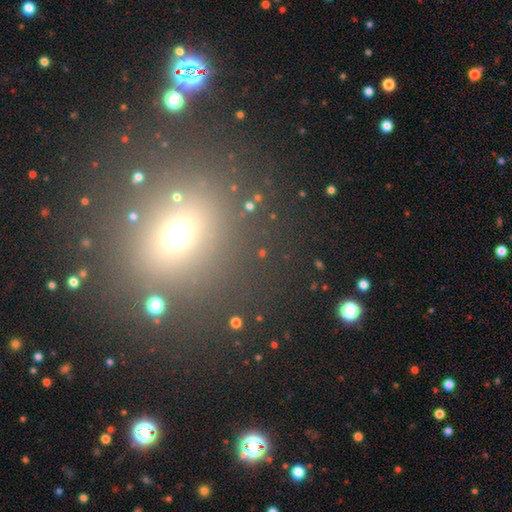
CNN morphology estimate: smooth-or-featured: smooth: 49% | star or artifact: 38% | featured or disk: 13%
  merging: none: 81% | minor disturbance: 9% | major disturbance: 5% | merger: 5%